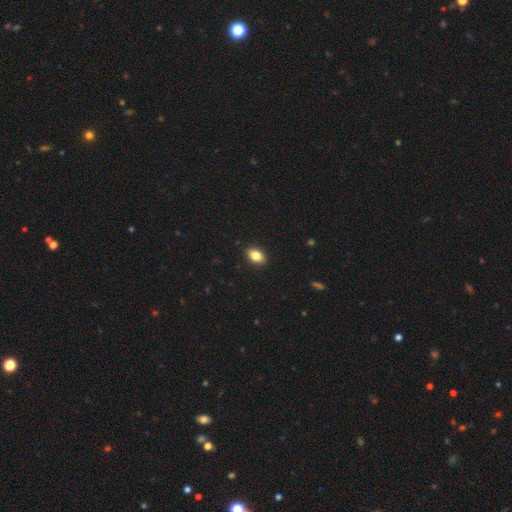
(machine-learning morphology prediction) This appears to be a smooth galaxy with no disk features (83%) that is in between round and cigar-shaped (87%). Merging: none (90%).